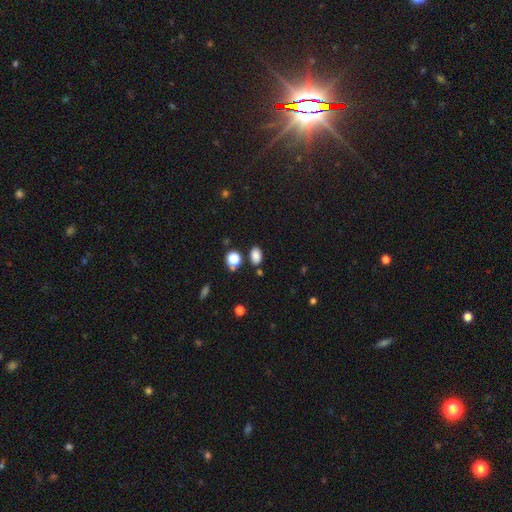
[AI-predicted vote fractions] smooth_or_featured: smooth (p=0.83) [alt: star or artifact p=0.12]
how_rounded: in between (p=0.83) [alt: round p=0.16]
merging: none (p=0.80) [alt: minor disturbance p=0.11]